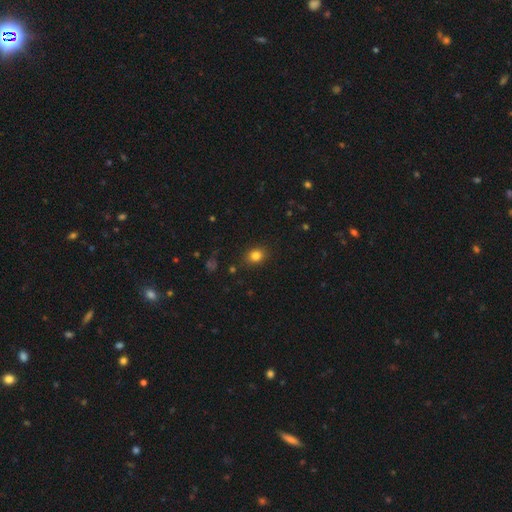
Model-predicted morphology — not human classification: smooth 82%, star or artifact 12%, featured or disk 6%. Down the decision tree: how rounded — round (55%); merging — none (86%).